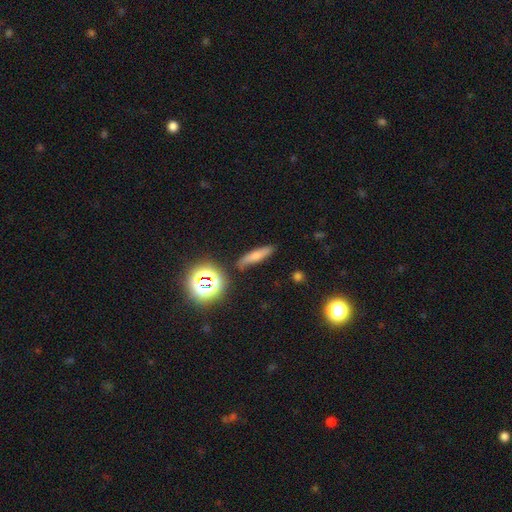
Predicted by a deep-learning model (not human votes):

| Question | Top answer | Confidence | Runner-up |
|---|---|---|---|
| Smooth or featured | smooth | 63% | featured or disk (21%) |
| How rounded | cigar-shaped | 73% | in between (21%) |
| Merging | none | 78% | minor disturbance (15%) |